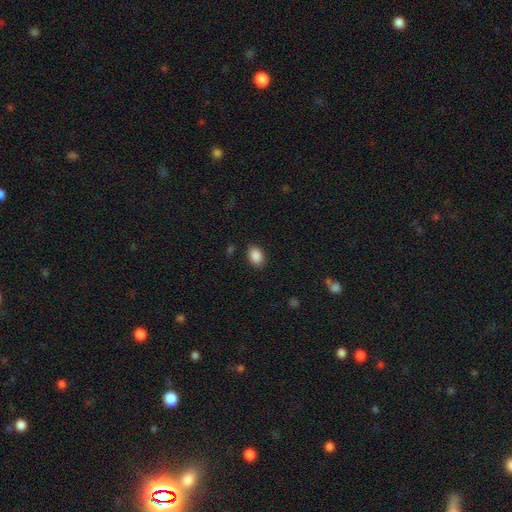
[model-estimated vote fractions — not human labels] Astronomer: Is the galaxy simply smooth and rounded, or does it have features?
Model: smooth — 88%.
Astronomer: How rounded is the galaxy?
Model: in between — 77%.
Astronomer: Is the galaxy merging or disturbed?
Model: none — 86%.